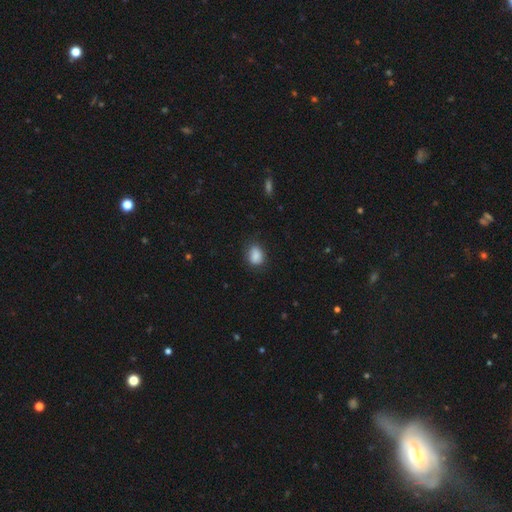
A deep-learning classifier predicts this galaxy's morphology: A smooth galaxy with no disk features (86%) that is in between round and cigar-shaped (66%).

Vote fractions:
- Smooth or featured? smooth: 86% / star or artifact: 9% / featured or disk: 5%
- How rounded? in between: 66% / round: 32% / cigar-shaped: 1%
- Merging? none: 73% / minor disturbance: 21% / major disturbance: 5% / merger: 1%